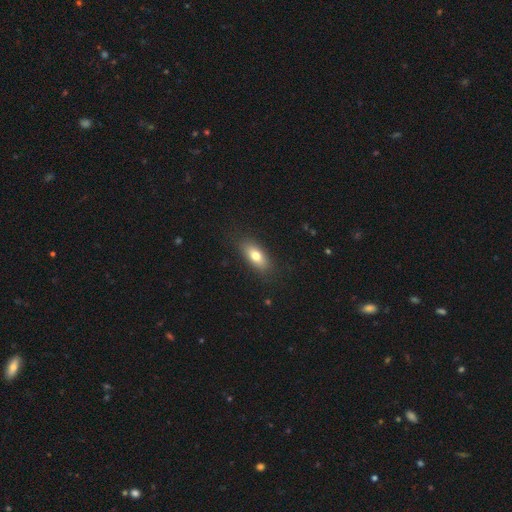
A smooth galaxy with no disk features (86%) that is in between round and cigar-shaped (91%). Merging: none (80%).